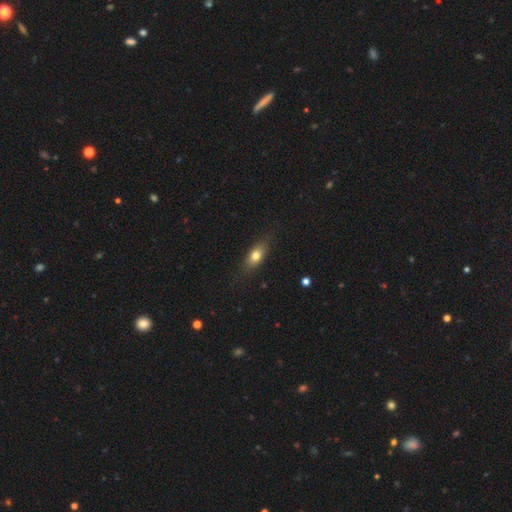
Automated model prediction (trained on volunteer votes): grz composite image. It shows a smooth galaxy with no disk features (71%) that is in between round and cigar-shaped (71%). Merging: none (82%).